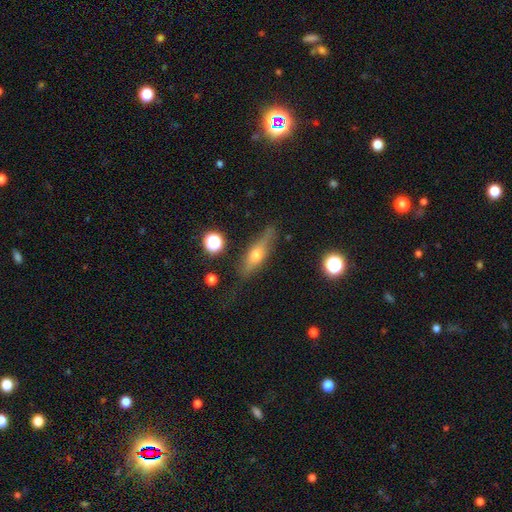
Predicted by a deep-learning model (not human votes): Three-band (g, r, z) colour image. It shows a featured or disk galaxy (46%). Merging: none (74%).